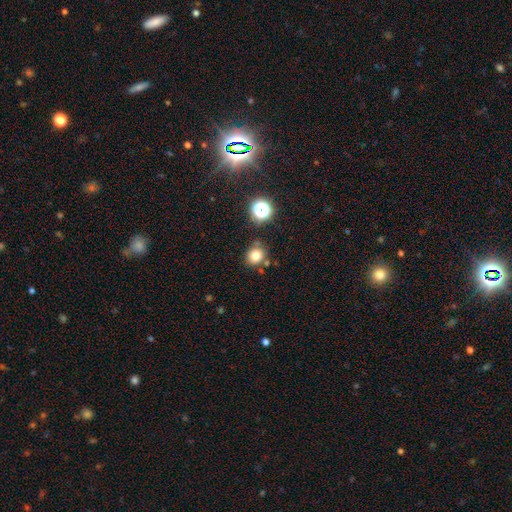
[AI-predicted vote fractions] This is likely a smooth galaxy (78%). How rounded: likely round (75%). Merging: likely none (76%).